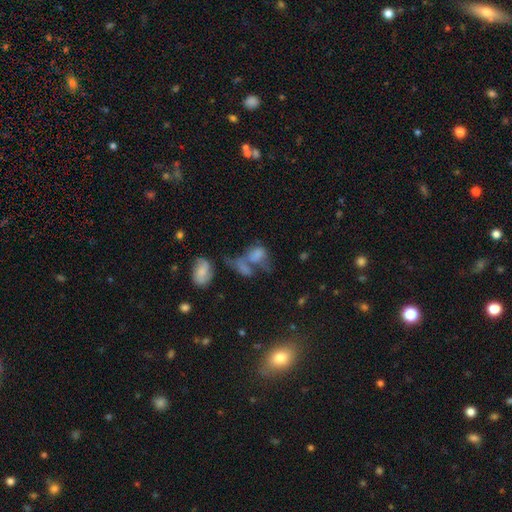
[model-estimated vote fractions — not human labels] Smooth or featured: smooth — 62% (featured or disk — 26%)
How rounded: in between — 80% (round — 17%)
Merging: merger — 60% (major disturbance — 17%)